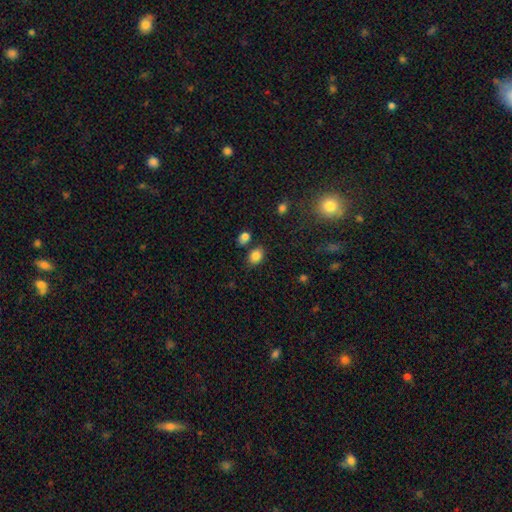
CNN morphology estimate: Smooth or featured?
  - smooth: 84% *
  - star or artifact: 10%
  - featured or disk: 6%
How rounded?
  - in between: 67% *
  - round: 32%
  - cigar-shaped: 1%
Merging?
  - none: 74% *
  - minor disturbance: 13%
  - merger: 10%
  - major disturbance: 4%